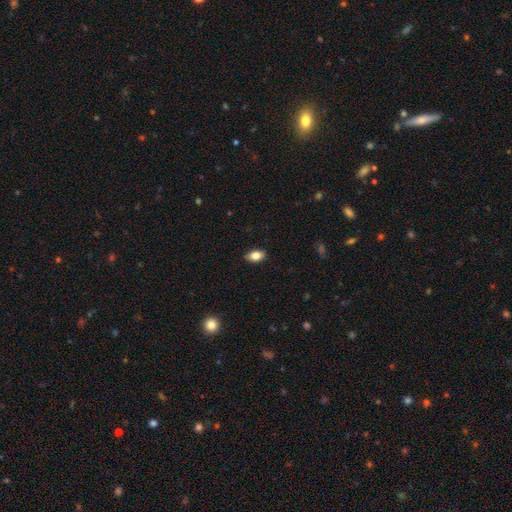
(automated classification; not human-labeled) The model was most divided on "smooth or featured": smooth: 82%, featured or disk: 10%, star or artifact: 8%. More confident: how rounded — in between (88%); merging — none (87%).